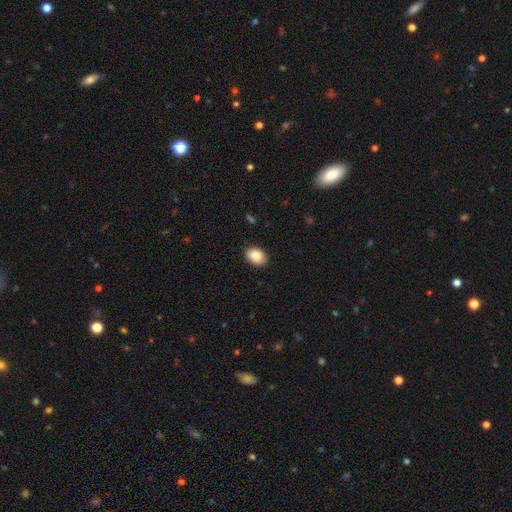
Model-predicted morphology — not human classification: type=smooth (89%); roundness=in between (77%); merging=none (85%).